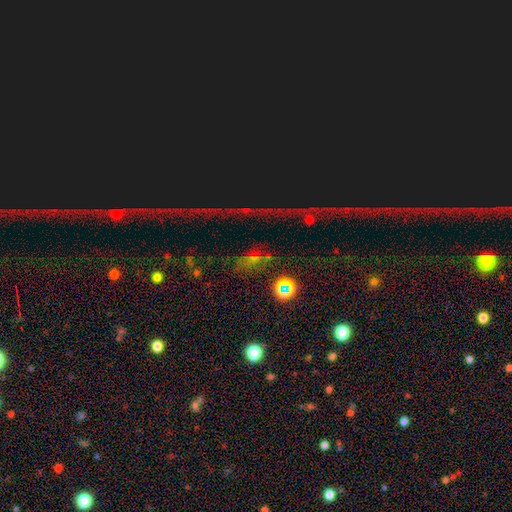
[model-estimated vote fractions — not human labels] This appears to be a star or artifact, not a galaxy (59%).